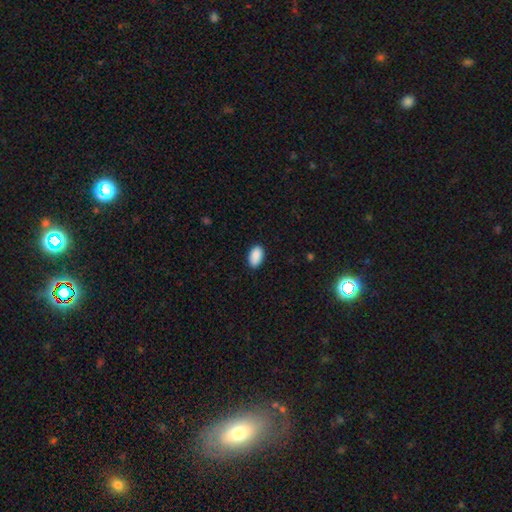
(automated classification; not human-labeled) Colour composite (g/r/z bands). It shows a smooth galaxy with no disk features (90%) that is in between round and cigar-shaped (94%). Merging: none (88%).